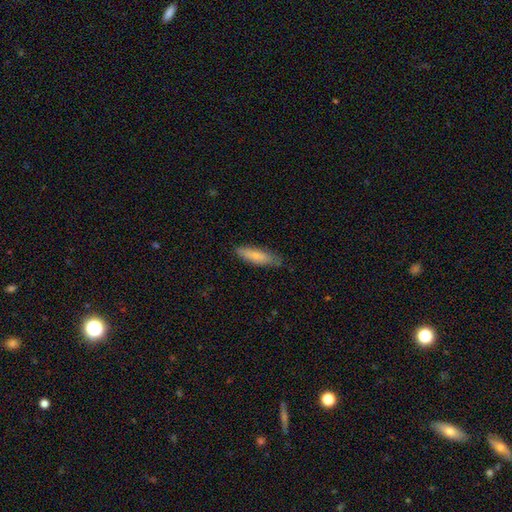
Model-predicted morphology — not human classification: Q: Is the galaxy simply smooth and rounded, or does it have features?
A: smooth — 76%.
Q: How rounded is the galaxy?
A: cigar-shaped — 65%.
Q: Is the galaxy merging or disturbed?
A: none — 77%.